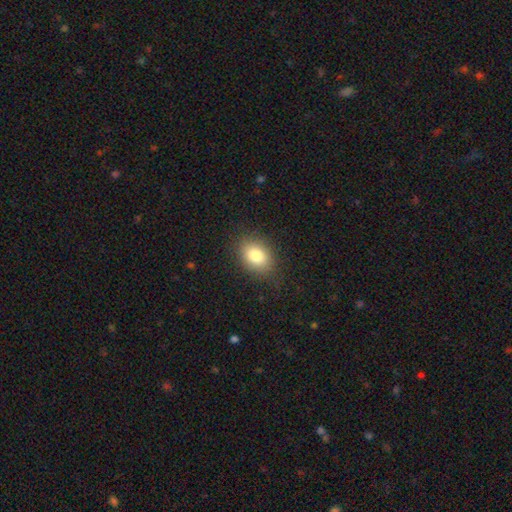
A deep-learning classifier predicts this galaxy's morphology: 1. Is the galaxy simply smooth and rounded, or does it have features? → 81% smooth, 10% star or artifact, 9% featured or disk.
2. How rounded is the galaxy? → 67% in between, 32% round, 1% cigar-shaped.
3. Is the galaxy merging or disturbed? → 83% none, 12% minor disturbance, 4% major disturbance, 1% merger.